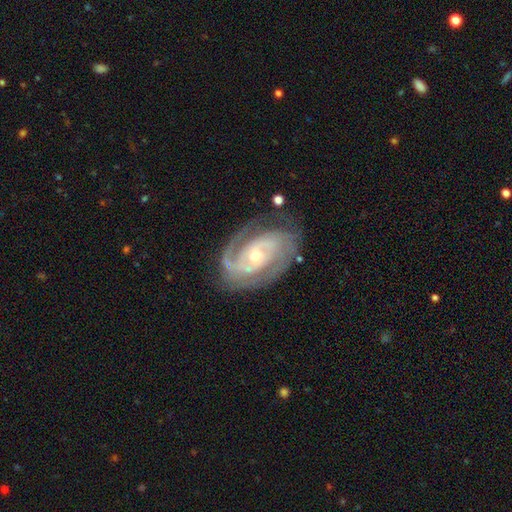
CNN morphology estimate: A featured or disk galaxy (91%) with no bar (56%), 2 (64%) tight (57%) spiral arms (97%) and a small central bulge (50%).

Vote fractions:
- Smooth or featured? featured or disk: 91% / smooth: 5% / star or artifact: 4%
- Edge-on disk? no: 97% / yes: 3%
- Bar? no: 56% / weak: 33% / strong: 12%
- Spiral arms? yes: 97% / no: 3%
- Spiral winding? tight: 57% / medium: 36% / loose: 7%
- Spiral arm count? 2: 64% / 3: 15% / can't tell: 10% / 1: 5% / 4: 3% / more than 4: 3%
- Bulge size? small: 50% / moderate: 46% / large: 2% / none: 1% / dominant: 1%
- Merging? none: 73% / minor disturbance: 18% / major disturbance: 8% / merger: 2%